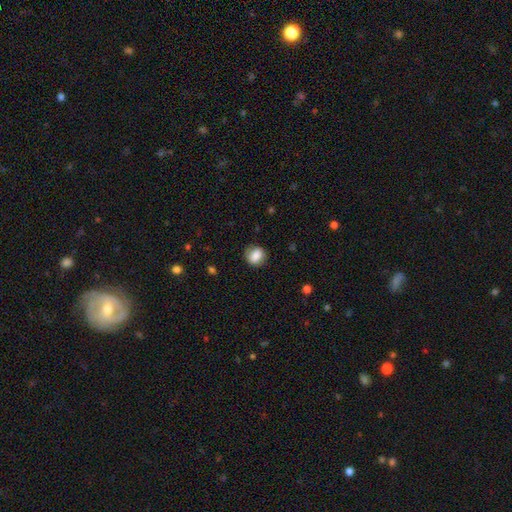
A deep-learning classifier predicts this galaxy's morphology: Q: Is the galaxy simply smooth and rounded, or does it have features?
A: smooth — 83%.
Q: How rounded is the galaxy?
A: round — 67%.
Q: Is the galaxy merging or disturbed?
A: none — 82%.